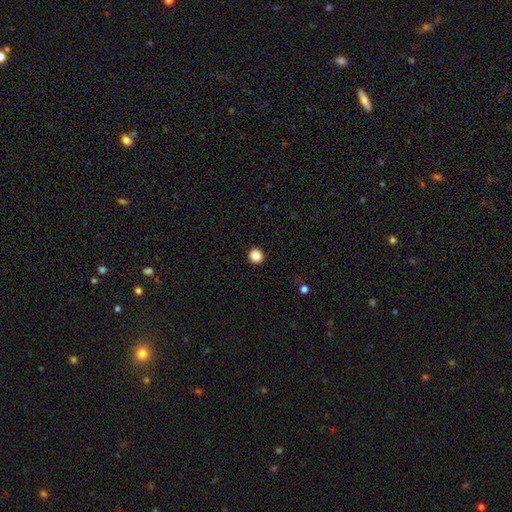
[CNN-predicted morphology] Smooth or featured? Predicted: smooth (p=0.85). How rounded? Predicted: round (p=0.92). Merging? Predicted: none (p=0.93).